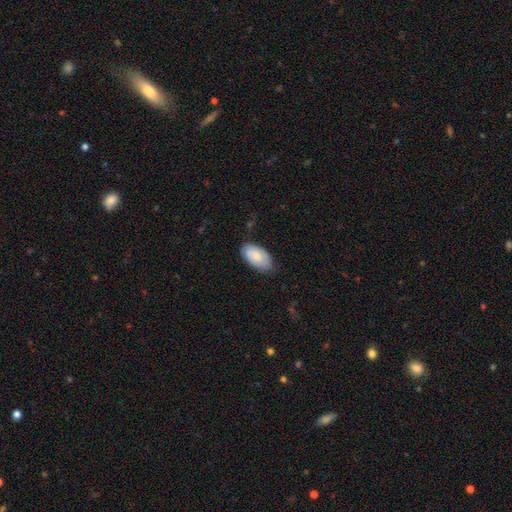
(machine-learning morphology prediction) A smooth galaxy with no disk features (76%) that is in between round and cigar-shaped (95%). Merging: none (71%).